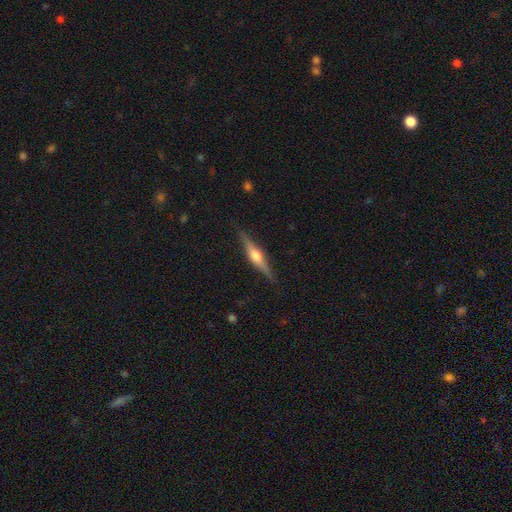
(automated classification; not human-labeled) Smooth or featured? featured or disk (69%)
Edge-on disk? yes (97%)
Edge-on bulge? rounded (91%)
Merging? none (88%)